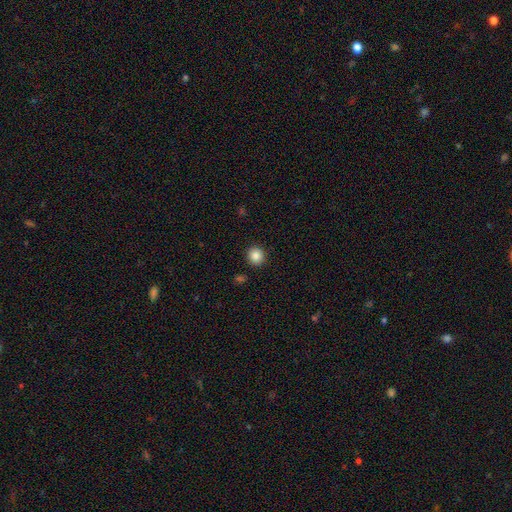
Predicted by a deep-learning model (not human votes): A smooth galaxy with no disk features (85%) that is round (89%).

Vote fractions:
- Smooth or featured? smooth: 85% / star or artifact: 10% / featured or disk: 5%
- How rounded? round: 89% / in between: 10% / cigar-shaped: 1%
- Merging? none: 91% / minor disturbance: 5% / major disturbance: 2% / merger: 2%